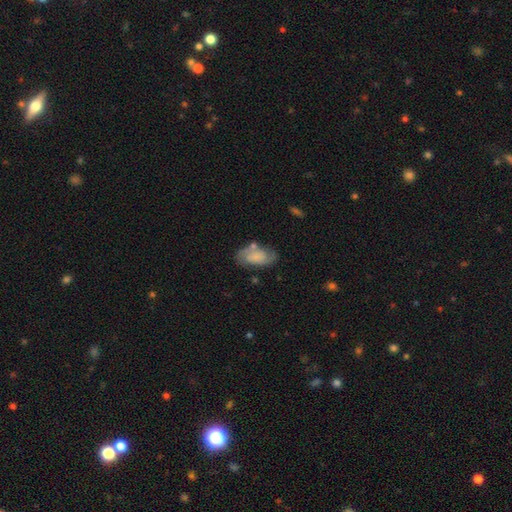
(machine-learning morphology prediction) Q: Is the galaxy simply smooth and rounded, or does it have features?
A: featured or disk — 50%.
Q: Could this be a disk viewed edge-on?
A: no — 95%.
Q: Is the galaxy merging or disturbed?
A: none — 63%.